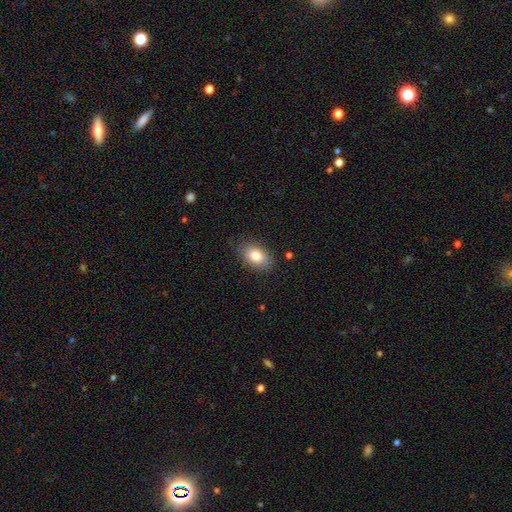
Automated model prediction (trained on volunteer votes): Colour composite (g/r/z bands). It shows a smooth galaxy with no disk features (83%) that is in between round and cigar-shaped (89%). Merging: none (82%).